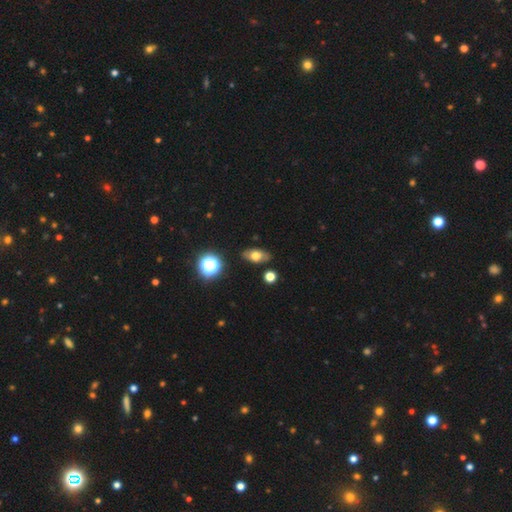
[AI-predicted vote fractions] The model was most divided on "smooth or featured": smooth: 64%, featured or disk: 24%, star or artifact: 12%. More confident: how rounded — in between (83%); merging — none (83%).